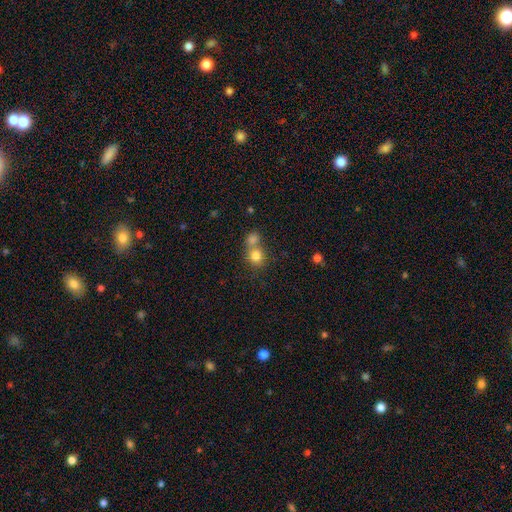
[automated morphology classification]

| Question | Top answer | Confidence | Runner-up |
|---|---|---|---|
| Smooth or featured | smooth | 80% | star or artifact (12%) |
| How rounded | round | 86% | in between (13%) |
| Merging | merger | 47% | none (44%) |